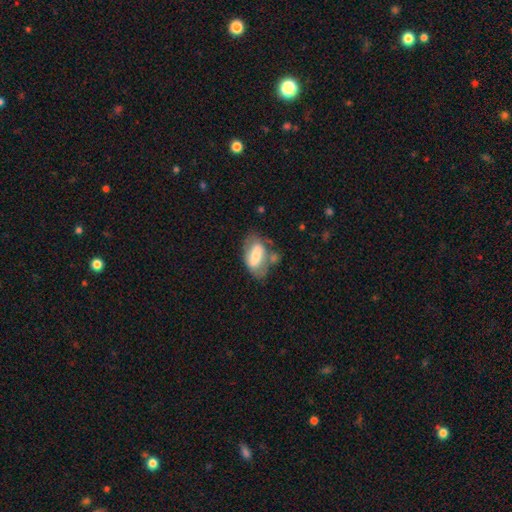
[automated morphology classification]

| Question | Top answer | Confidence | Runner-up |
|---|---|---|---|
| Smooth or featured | smooth | 53% | featured or disk (40%) |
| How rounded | in between | 87% | cigar-shaped (8%) |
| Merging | none | 50% | minor disturbance (25%) |